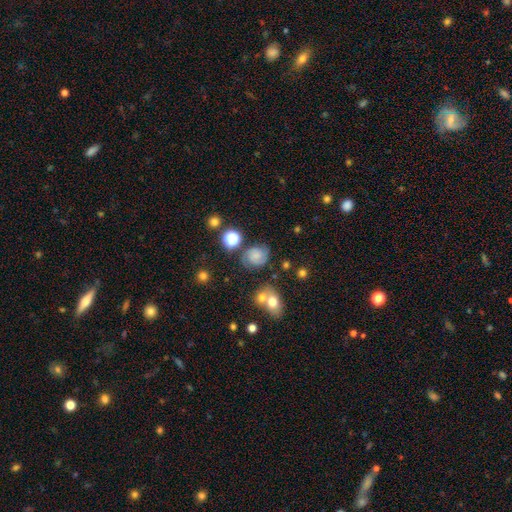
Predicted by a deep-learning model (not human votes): A featured or disk galaxy (55%) with no bar (63%), spiral arms (91%) and a small central bulge (44%). Merging: none (65%).